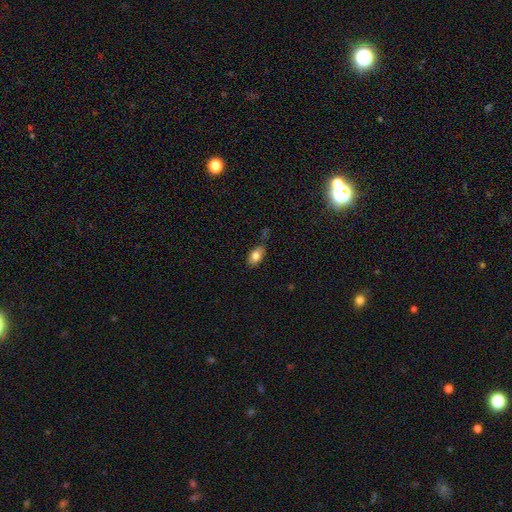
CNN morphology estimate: type=smooth (80%); roundness=in between (90%); merging=none (70%).